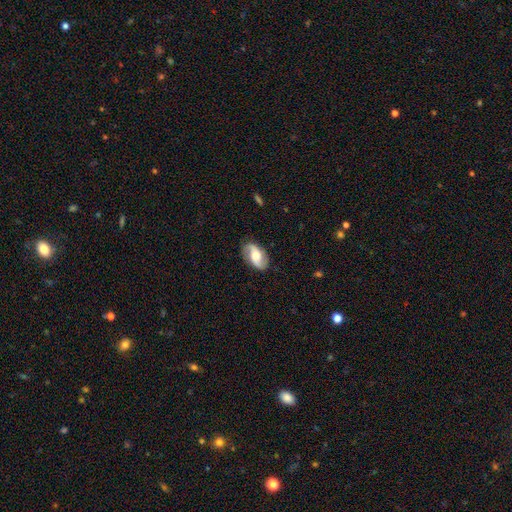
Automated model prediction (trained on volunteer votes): Q: Smooth or featured?
A: featured or disk (72%); runner-up: smooth (22%)
Q: Edge-on disk?
A: no (96%); runner-up: yes (4%)
Q: Bar?
A: no (46%); runner-up: weak (38%)
Q: Spiral arms?
A: yes (92%); runner-up: no (8%)
Q: Spiral winding?
A: loose (49%); runner-up: medium (36%)
Q: Spiral arm count?
A: 2 (91%); runner-up: can't tell (4%)
Q: Bulge size?
A: moderate (59%); runner-up: small (19%)
Q: Merging?
A: none (81%); runner-up: minor disturbance (14%)